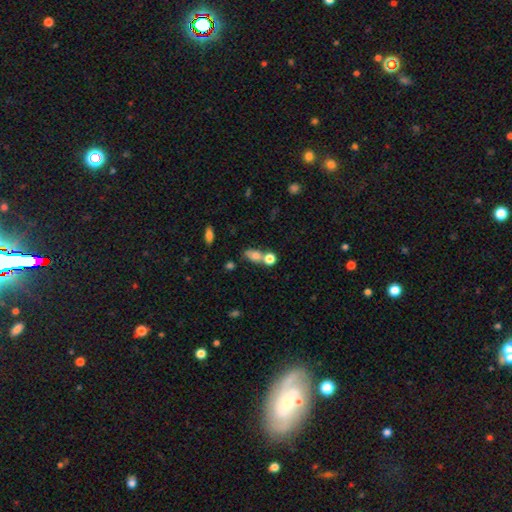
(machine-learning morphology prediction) Smooth or featured? Predicted: smooth (p=0.73). How rounded? Predicted: in between (p=0.58). Merging? Predicted: merger (p=0.44).